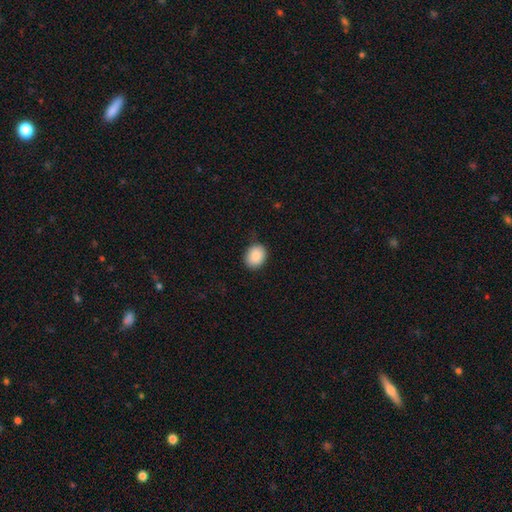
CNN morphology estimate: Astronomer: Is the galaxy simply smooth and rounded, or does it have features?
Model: smooth — 89%.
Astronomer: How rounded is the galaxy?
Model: in between — 55% (runner-up: round, 44%).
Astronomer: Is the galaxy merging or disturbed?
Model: none — 83%.